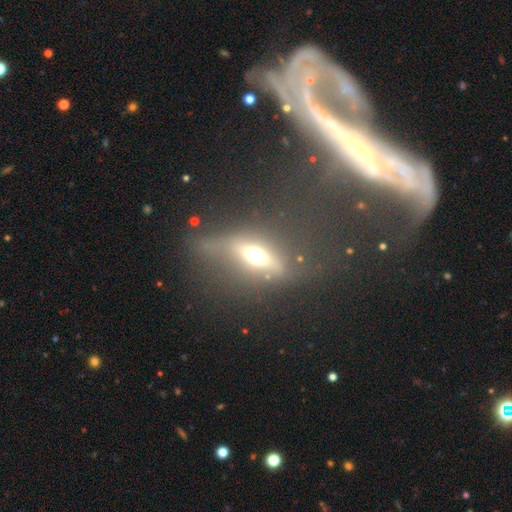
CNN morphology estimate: smooth_or_featured: featured or disk (p=0.54) [alt: smooth p=0.32]
disk_edge_on: yes (p=0.71) [alt: no p=0.29]
merging: none (p=0.63) [alt: major disturbance p=0.19]